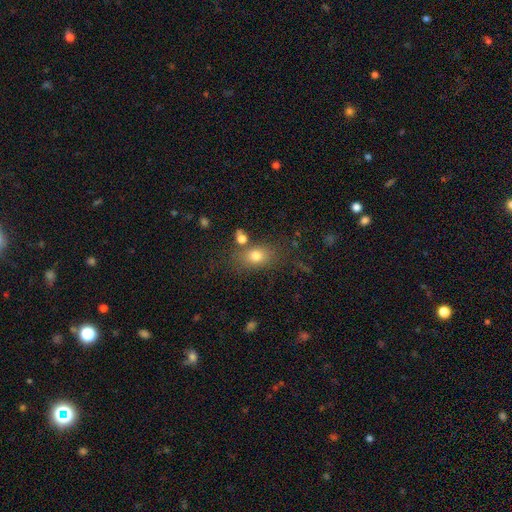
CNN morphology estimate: type=smooth (76%); roundness=in between (69%); merging=none (69%).